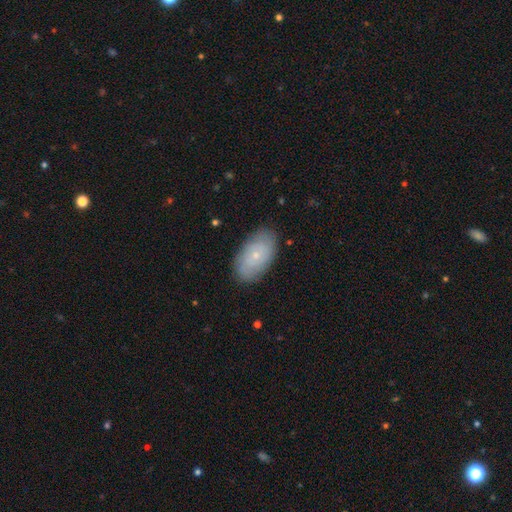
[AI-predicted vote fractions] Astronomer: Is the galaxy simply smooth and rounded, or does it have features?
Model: smooth — 46%, tied with featured or disk at 46%.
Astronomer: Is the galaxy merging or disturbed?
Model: none — 83%.